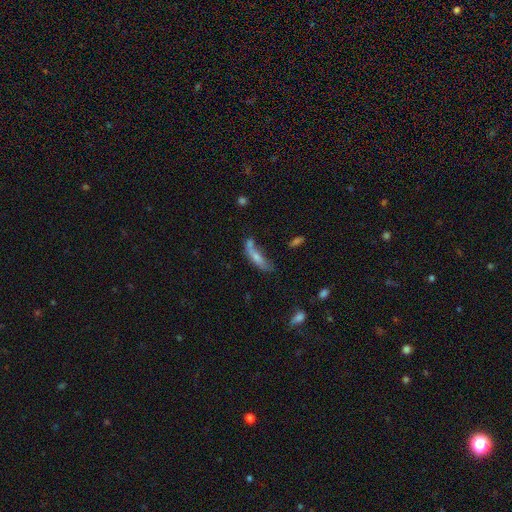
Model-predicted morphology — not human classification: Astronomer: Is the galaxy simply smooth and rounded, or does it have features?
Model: smooth — 60%.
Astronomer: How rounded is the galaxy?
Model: cigar-shaped — 67%.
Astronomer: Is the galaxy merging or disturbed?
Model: none — 36% (runner-up: merger, 25%).